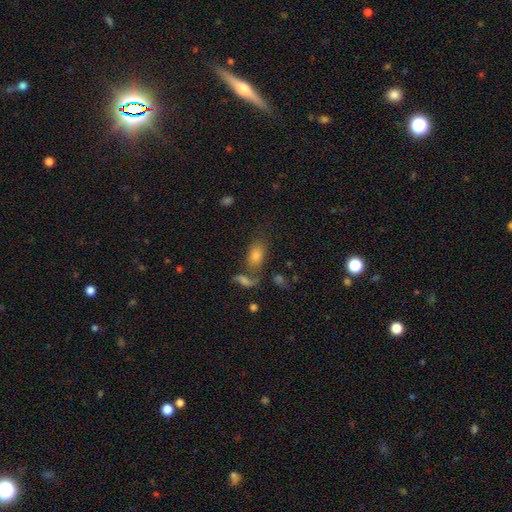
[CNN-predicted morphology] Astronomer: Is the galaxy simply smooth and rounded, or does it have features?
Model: smooth — 67%.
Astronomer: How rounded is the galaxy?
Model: in between — 82%.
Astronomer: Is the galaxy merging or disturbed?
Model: none — 48% (runner-up: merger, 29%).